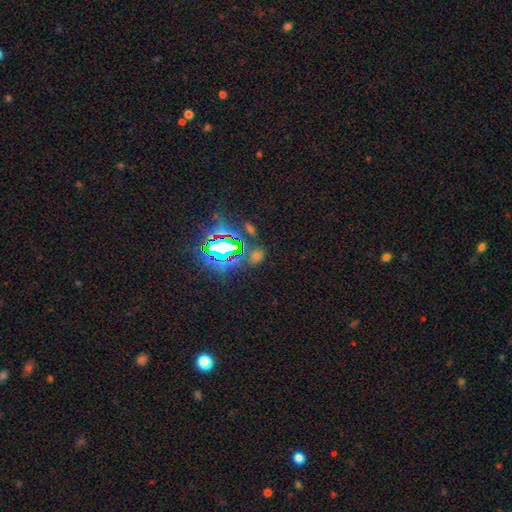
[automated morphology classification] Smooth or featured? Predicted: star or artifact (p=0.59).